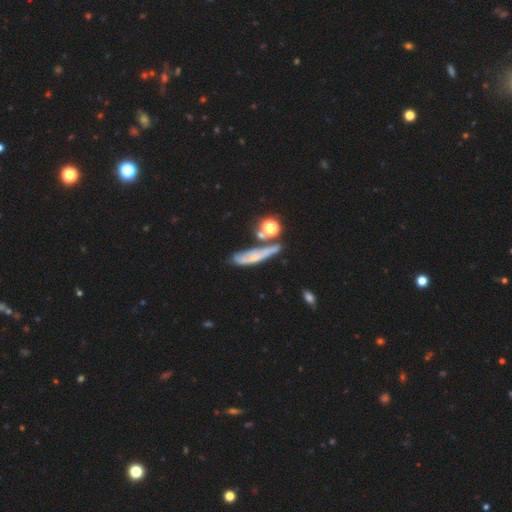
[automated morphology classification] A featured or disk galaxy (47%).

Vote fractions:
- Smooth or featured? featured or disk: 47% / smooth: 38% / star or artifact: 15%
- Merging? none: 49% / minor disturbance: 22% / merger: 17% / major disturbance: 12%